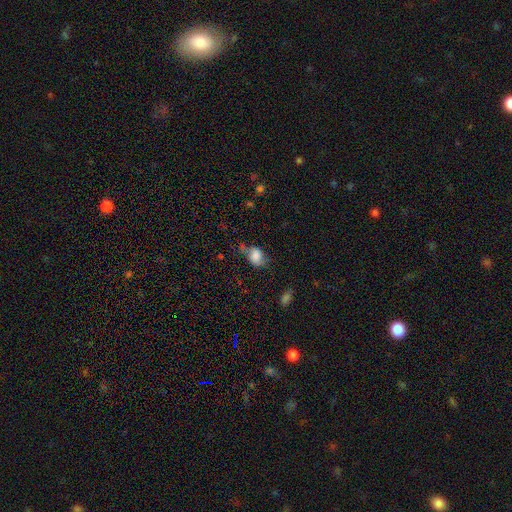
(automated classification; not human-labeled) This is likely a smooth galaxy (67%). How rounded: likely in between (68%). Merging: marginally minor disturbance (35%).